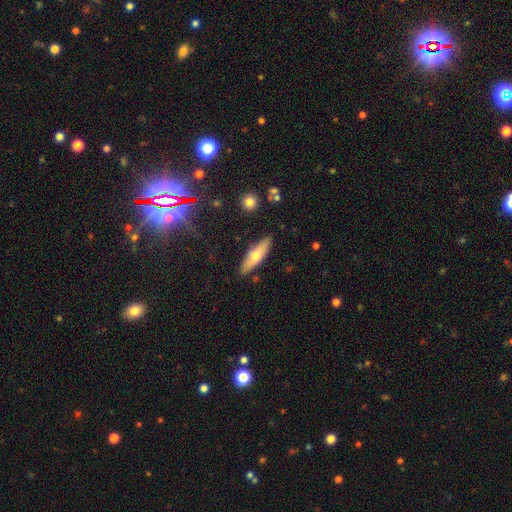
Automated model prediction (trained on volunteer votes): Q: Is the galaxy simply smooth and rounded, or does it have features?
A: smooth — 56%.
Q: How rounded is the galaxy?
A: cigar-shaped — 56%.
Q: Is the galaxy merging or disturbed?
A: none — 86%.